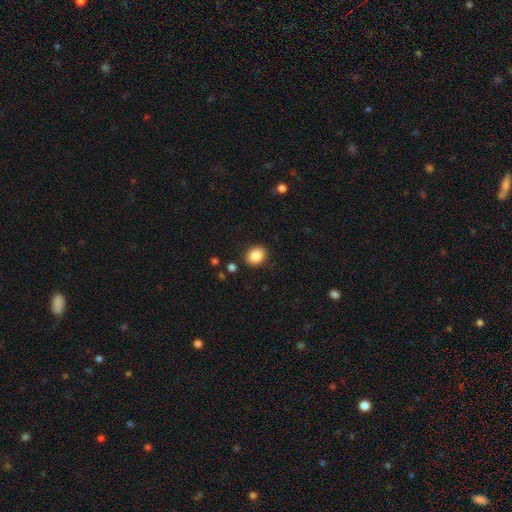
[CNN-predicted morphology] This appears to be a smooth galaxy with no disk features (88%) that is in between round and cigar-shaped (50%). Merging: none (88%).